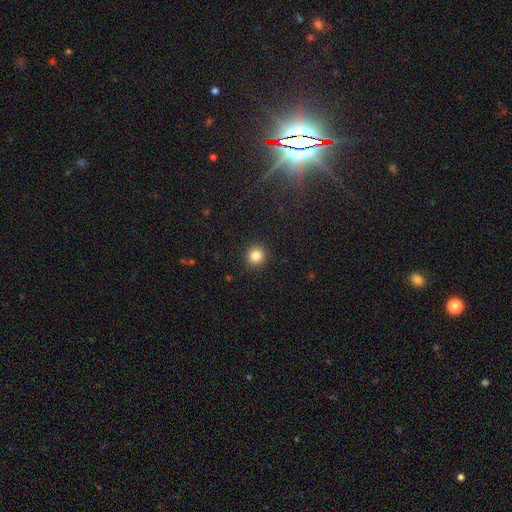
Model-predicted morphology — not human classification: A smooth galaxy with no disk features (84%) that is round (93%). Merging: none (92%).